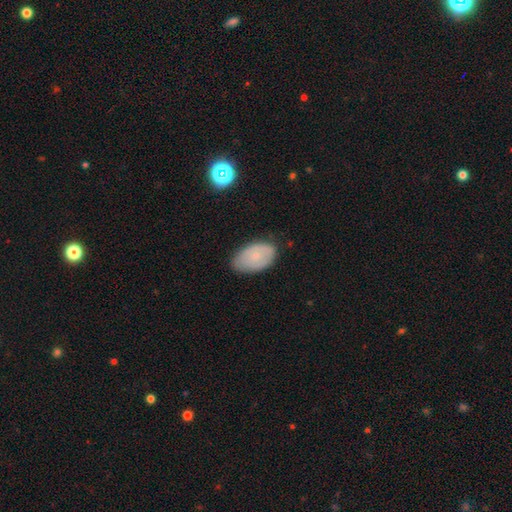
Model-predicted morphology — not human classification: smooth 72%, featured or disk 21%, star or artifact 8%. Down the decision tree: how rounded — in between (93%); merging — none (72%).